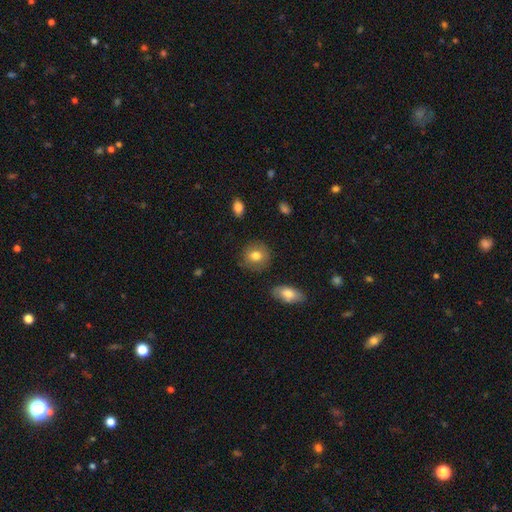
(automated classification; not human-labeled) Smooth or featured? smooth (78%)
How rounded? round (85%)
Merging? none (84%)